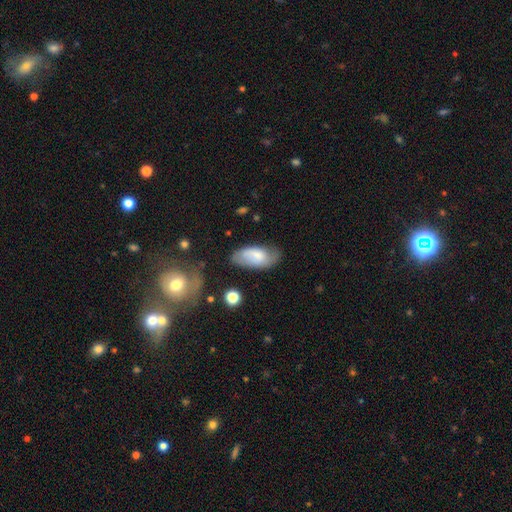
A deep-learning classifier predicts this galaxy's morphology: A smooth galaxy with no disk features (64%) that is in between round and cigar-shaped (91%).

Vote fractions:
- Smooth or featured? smooth: 64% / featured or disk: 29% / star or artifact: 7%
- How rounded? in between: 91% / cigar-shaped: 6% / round: 3%
- Merging? none: 62% / minor disturbance: 26% / major disturbance: 9% / merger: 3%